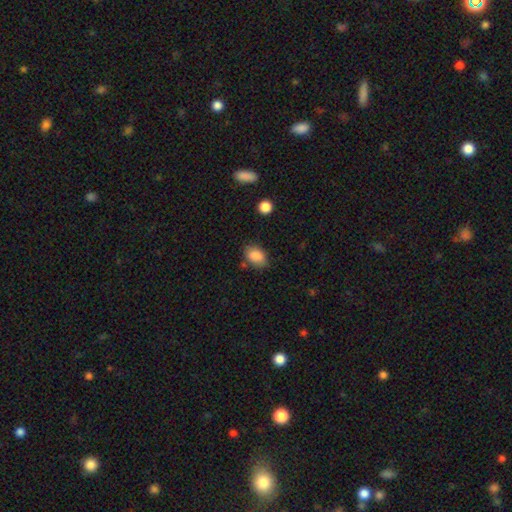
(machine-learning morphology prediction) type=smooth (86%); roundness=in between (83%); merging=none (70%).